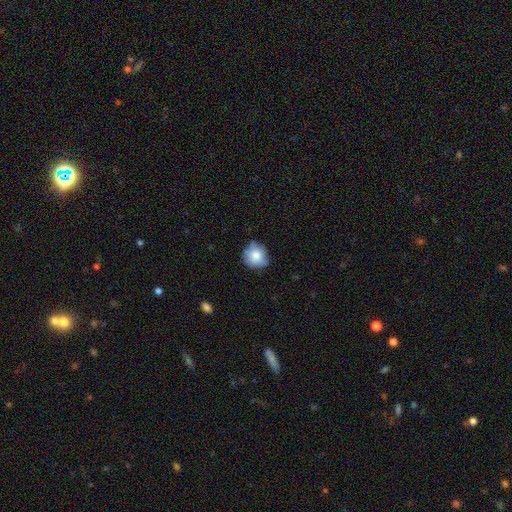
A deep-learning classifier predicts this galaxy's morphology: Overall: smooth (79%). How rounded: round (86%). Merging: none (69%).